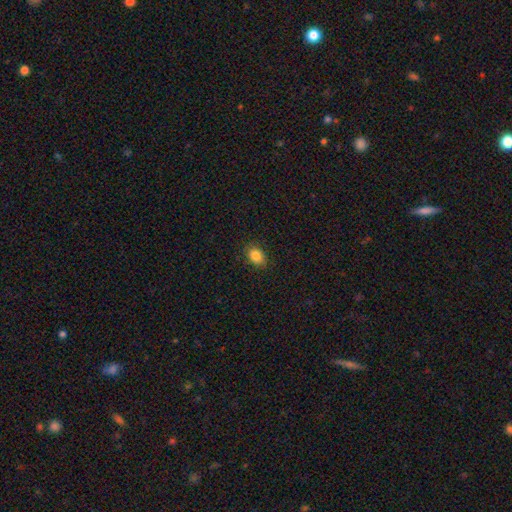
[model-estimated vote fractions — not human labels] Smooth or featured? smooth (85%)
How rounded? in between (64%)
Merging? none (85%)